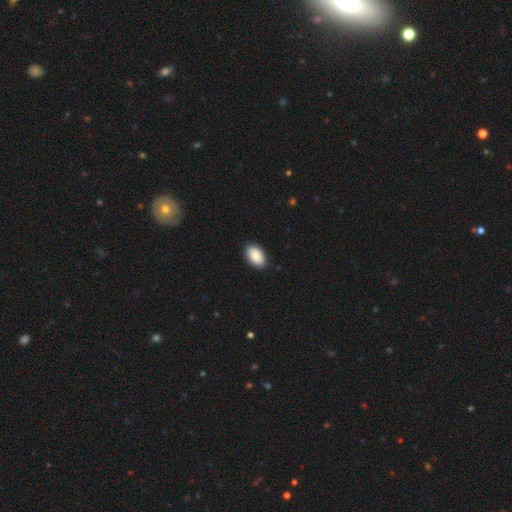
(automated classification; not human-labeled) Smooth or featured: smooth — 87% (featured or disk — 7%)
How rounded: in between — 93% (round — 6%)
Merging: none — 88% (minor disturbance — 10%)